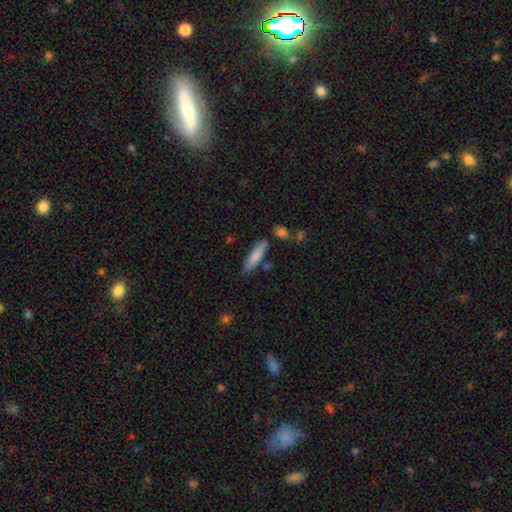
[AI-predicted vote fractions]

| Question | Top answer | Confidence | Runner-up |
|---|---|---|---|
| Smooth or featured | smooth | 81% | featured or disk (13%) |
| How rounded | cigar-shaped | 68% | in between (30%) |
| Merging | none | 77% | minor disturbance (15%) |